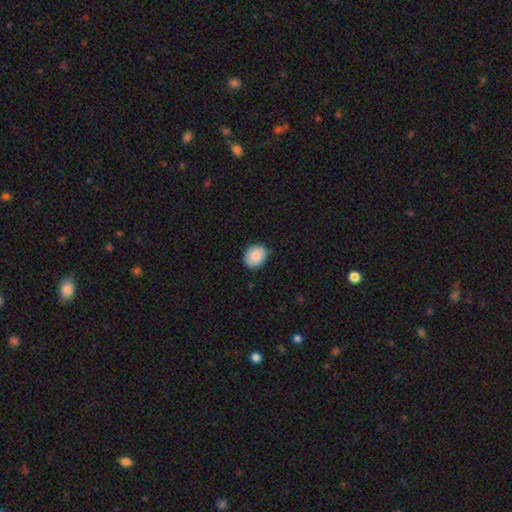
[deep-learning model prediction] Smooth or featured?
  - smooth: 87% *
  - star or artifact: 7%
  - featured or disk: 5%
How rounded?
  - in between: 53% *
  - round: 46%
  - cigar-shaped: 1%
Merging?
  - none: 83% *
  - minor disturbance: 14%
  - major disturbance: 2%
  - merger: 1%